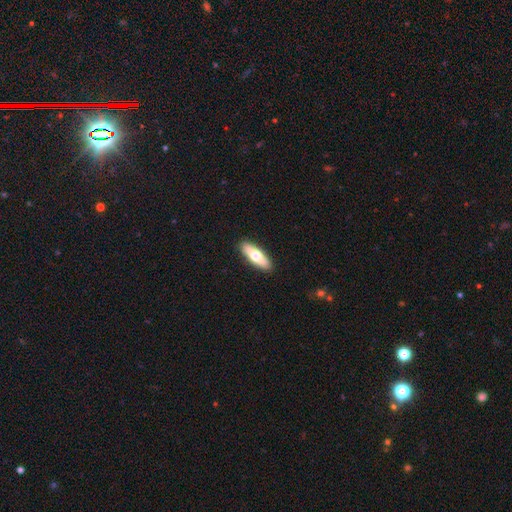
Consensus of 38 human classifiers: A smooth galaxy with no disk features (79%) that is cigar-shaped (50%). Merging: none (95%).